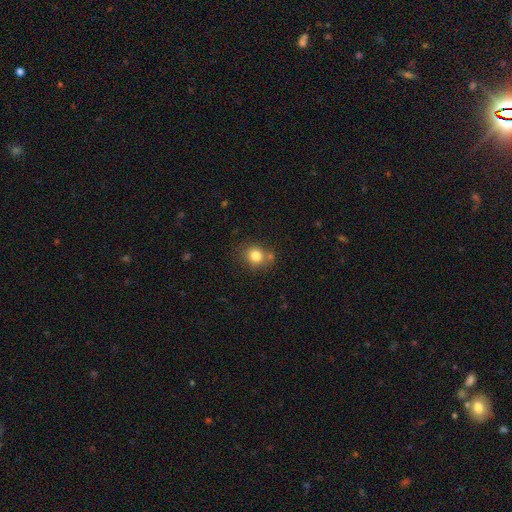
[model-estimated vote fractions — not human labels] A smooth galaxy with no disk features (81%) that is round (74%).

Vote fractions:
- Smooth or featured? smooth: 81% / star or artifact: 11% / featured or disk: 8%
- How rounded? round: 74% / in between: 26% / cigar-shaped: 1%
- Merging? none: 69% / minor disturbance: 15% / merger: 12% / major disturbance: 4%